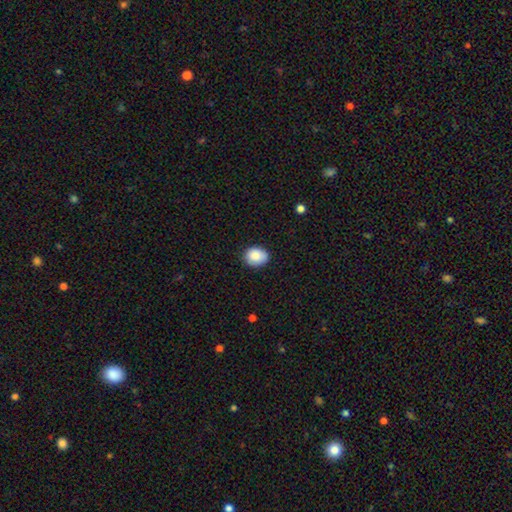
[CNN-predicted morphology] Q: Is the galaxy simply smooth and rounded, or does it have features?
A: smooth — 87%.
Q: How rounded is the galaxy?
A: round — 52%.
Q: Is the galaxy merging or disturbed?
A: none — 80%.